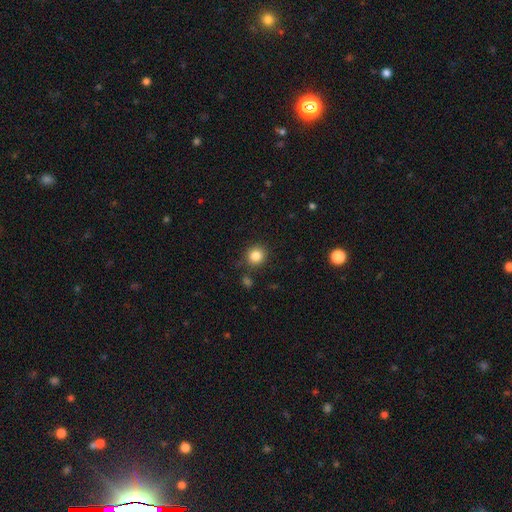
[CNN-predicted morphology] This is clearly a smooth galaxy (84%). How rounded: clearly round (90%). Merging: clearly none (85%).